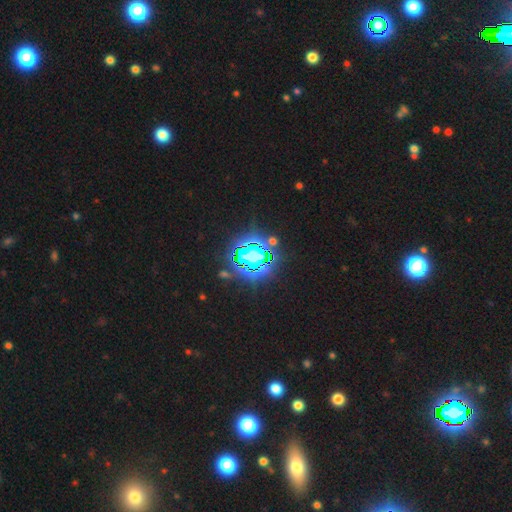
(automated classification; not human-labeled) Smooth or featured?
  - star or artifact: 80% *
  - smooth: 13%
  - featured or disk: 7%